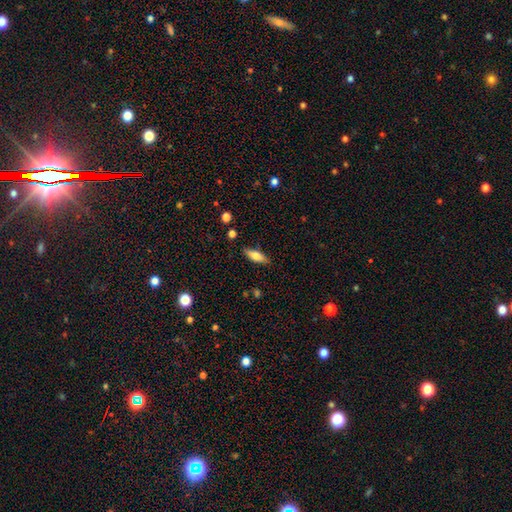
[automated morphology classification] A smooth galaxy with no disk features (64%) that is in between round and cigar-shaped (61%).

Vote fractions:
- Smooth or featured? smooth: 64% / featured or disk: 29% / star or artifact: 7%
- How rounded? in between: 61% / cigar-shaped: 36% / round: 3%
- Merging? none: 86% / minor disturbance: 10% / major disturbance: 2% / merger: 2%